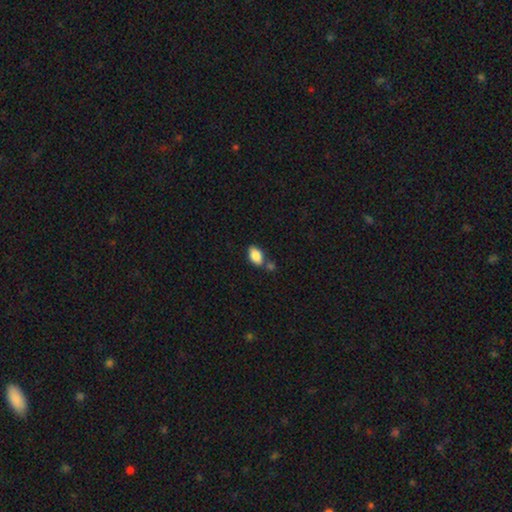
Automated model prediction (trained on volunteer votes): Q: Smooth or featured?
A: smooth (85%); runner-up: star or artifact (8%)
Q: How rounded?
A: in between (92%); runner-up: round (6%)
Q: Merging?
A: none (65%); runner-up: merger (16%)